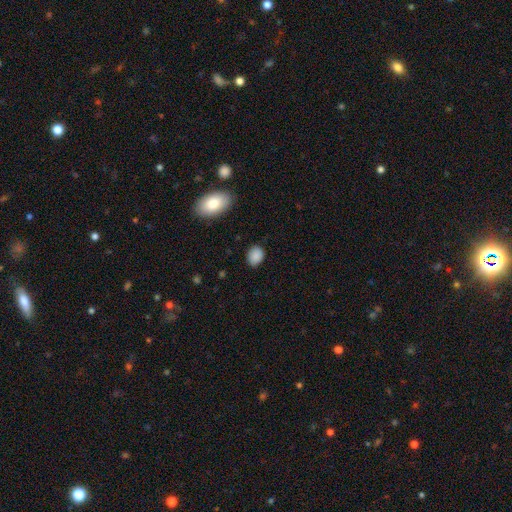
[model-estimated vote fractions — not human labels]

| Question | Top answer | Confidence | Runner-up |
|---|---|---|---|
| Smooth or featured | smooth | 87% | star or artifact (9%) |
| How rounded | in between | 57% | round (42%) |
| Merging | none | 84% | minor disturbance (13%) |